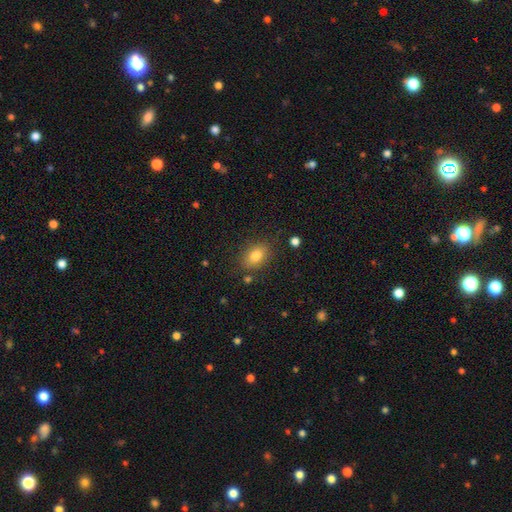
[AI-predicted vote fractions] Morphology: type=smooth (81%); roundness=in between (78%); merging=none (81%).